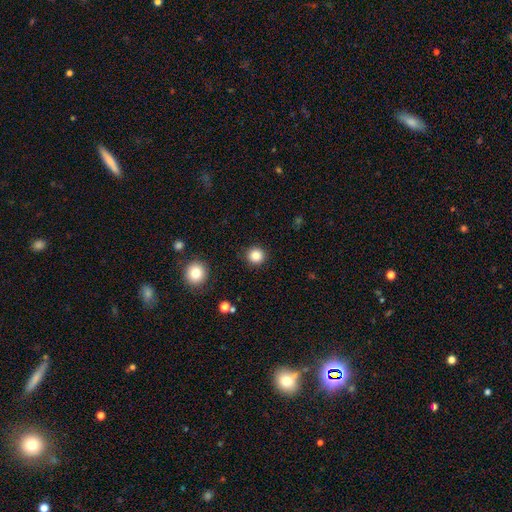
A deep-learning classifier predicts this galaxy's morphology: A smooth galaxy with no disk features (85%) that is round (94%).

Vote fractions:
- Smooth or featured? smooth: 85% / star or artifact: 11% / featured or disk: 4%
- How rounded? round: 94% / in between: 5% / cigar-shaped: 1%
- Merging? none: 91% / minor disturbance: 5% / major disturbance: 2% / merger: 1%